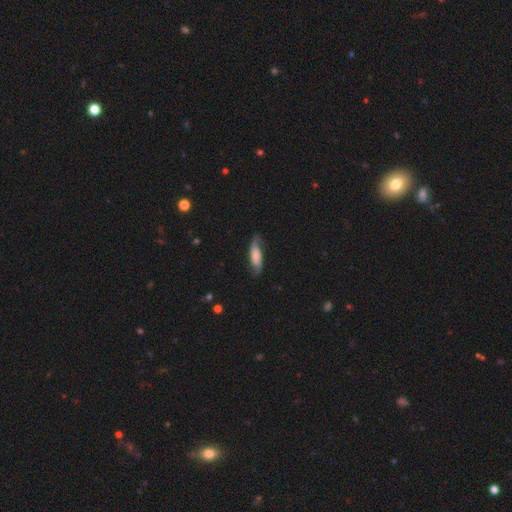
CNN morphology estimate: type=featured or disk (49%); merging=none (73%).